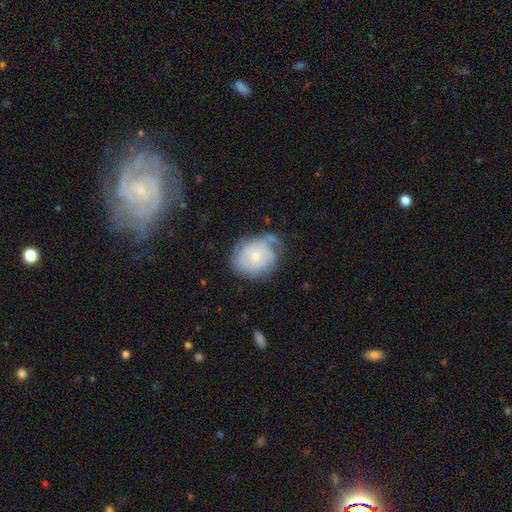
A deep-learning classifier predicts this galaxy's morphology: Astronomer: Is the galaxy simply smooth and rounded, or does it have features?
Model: featured or disk — 66%.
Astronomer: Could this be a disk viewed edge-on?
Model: no — 97%.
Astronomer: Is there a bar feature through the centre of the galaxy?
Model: no — 78%.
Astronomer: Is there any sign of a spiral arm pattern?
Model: yes — 86%.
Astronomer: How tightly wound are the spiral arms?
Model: tight — 63%.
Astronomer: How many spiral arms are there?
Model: can't tell — 48%.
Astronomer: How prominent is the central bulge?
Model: small — 70%.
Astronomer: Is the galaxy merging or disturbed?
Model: none — 56%.